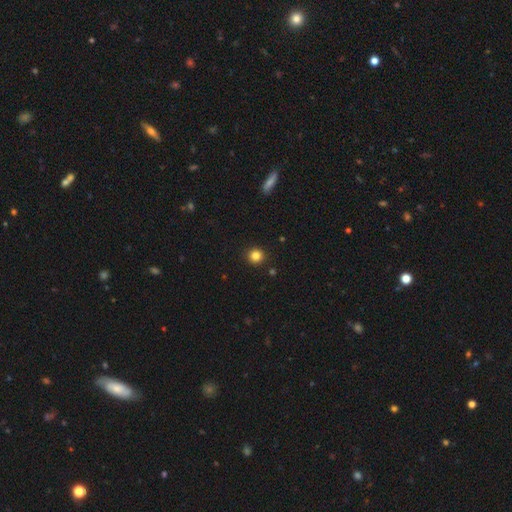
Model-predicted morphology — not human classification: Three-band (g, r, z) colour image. It shows a smooth galaxy with no disk features (84%) that is round (94%). Merging: none (92%).